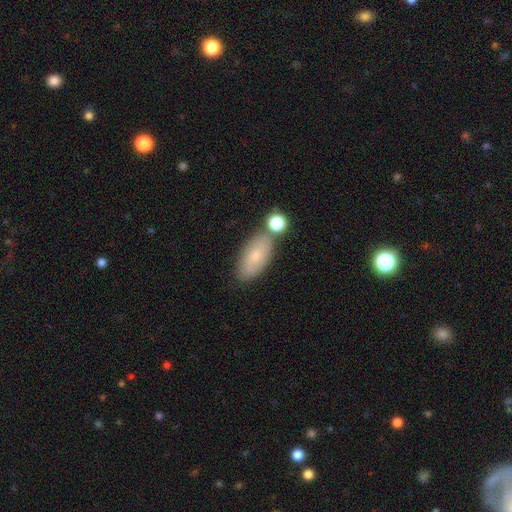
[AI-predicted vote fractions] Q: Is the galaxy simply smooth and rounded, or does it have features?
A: smooth — 70%.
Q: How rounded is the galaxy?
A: in between — 88%.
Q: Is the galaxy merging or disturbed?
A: none — 65%.